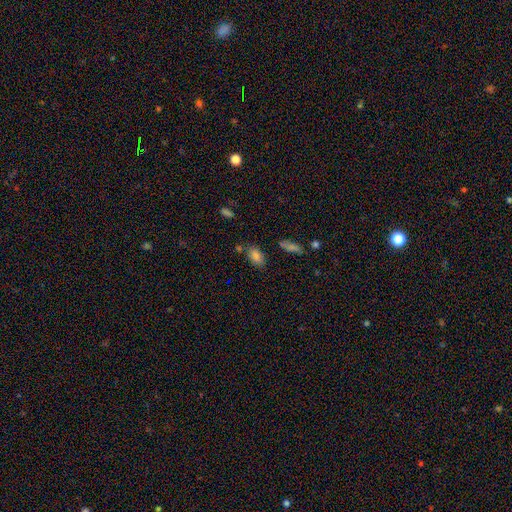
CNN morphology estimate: Smooth or featured? Predicted: smooth (p=0.81). How rounded? Predicted: in between (p=0.90). Merging? Predicted: none (p=0.71).